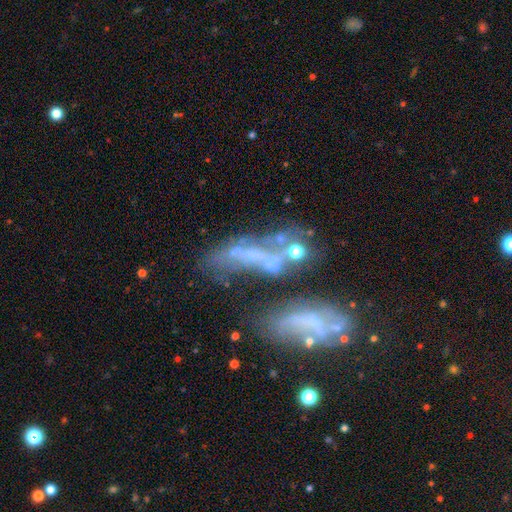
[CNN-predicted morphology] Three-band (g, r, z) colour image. It shows a featured or disk galaxy (57%). Merging: merger (31%).